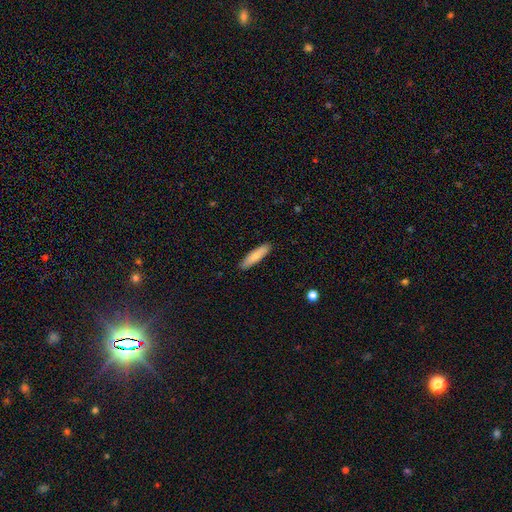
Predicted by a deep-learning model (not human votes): Overall: smooth (81%). How rounded: cigar-shaped (75%). Merging: none (90%).